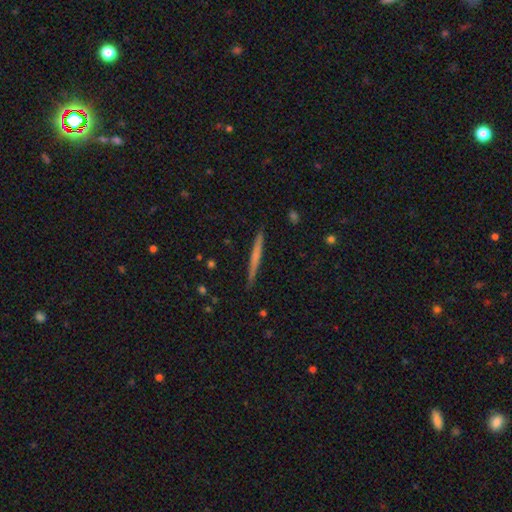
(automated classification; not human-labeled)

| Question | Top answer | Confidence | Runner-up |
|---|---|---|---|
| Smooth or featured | smooth | 48% | featured or disk (46%) |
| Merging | none | 91% | minor disturbance (7%) |